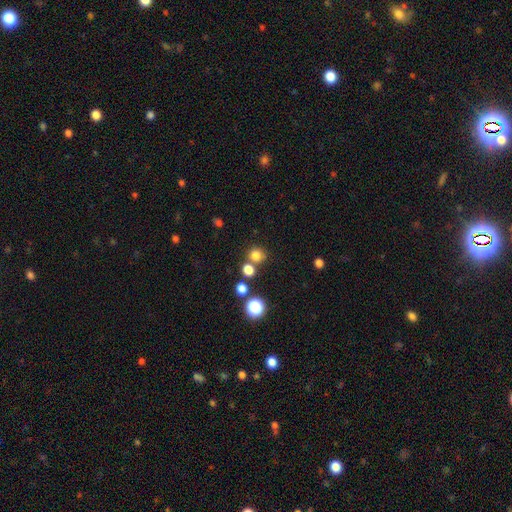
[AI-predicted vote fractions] A smooth galaxy with no disk features (77%) that is round (89%). Merging: none (72%).